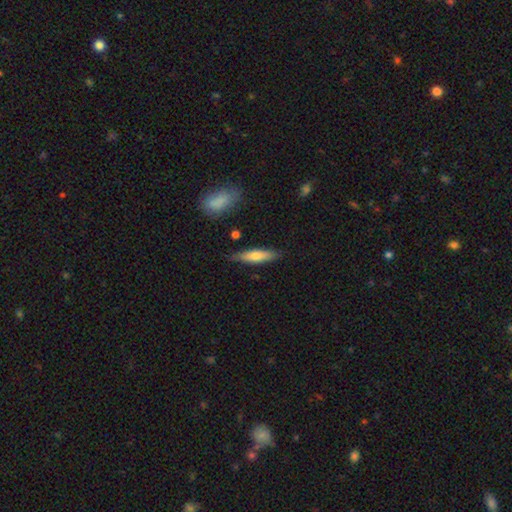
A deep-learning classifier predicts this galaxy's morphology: Smooth or featured: smooth — 67% (featured or disk — 27%)
How rounded: cigar-shaped — 73% (in between — 25%)
Merging: none — 81% (minor disturbance — 14%)